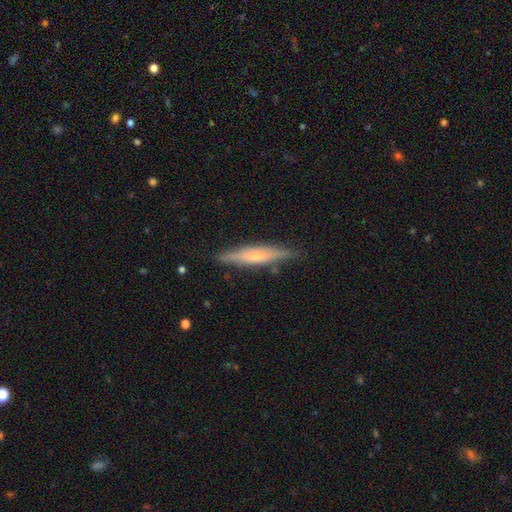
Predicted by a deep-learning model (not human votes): smooth_or_featured: featured or disk (p=0.58) [alt: smooth p=0.36]
disk_edge_on: yes (p=0.94) [alt: no p=0.06]
edge_on_bulge: rounded (p=0.59) [alt: none p=0.28]
merging: none (p=0.86) [alt: minor disturbance p=0.11]